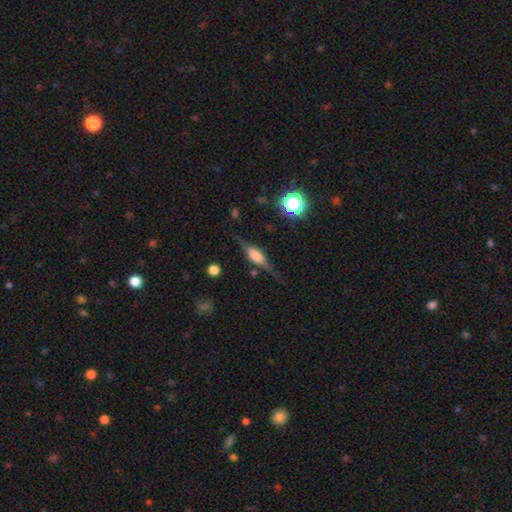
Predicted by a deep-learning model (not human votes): Smooth or featured? Predicted: featured or disk (p=0.73). Edge-on disk? Predicted: yes (p=0.96). Edge-on bulge? Predicted: rounded (p=0.74). Merging? Predicted: none (p=0.78).